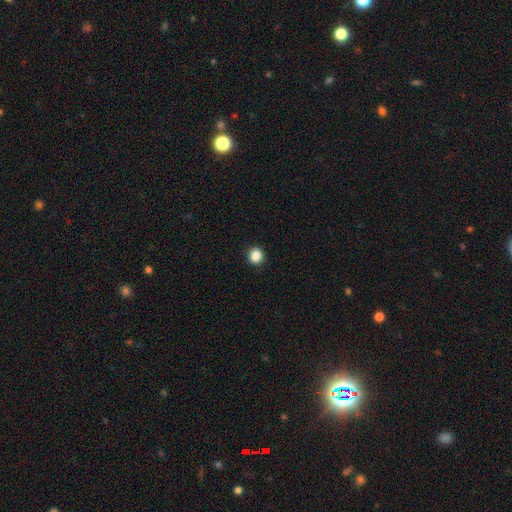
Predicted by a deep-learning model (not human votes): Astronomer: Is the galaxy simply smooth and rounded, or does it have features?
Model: smooth — 87%.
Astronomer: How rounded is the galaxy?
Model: round — 88%.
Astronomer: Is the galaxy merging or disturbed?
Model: none — 92%.